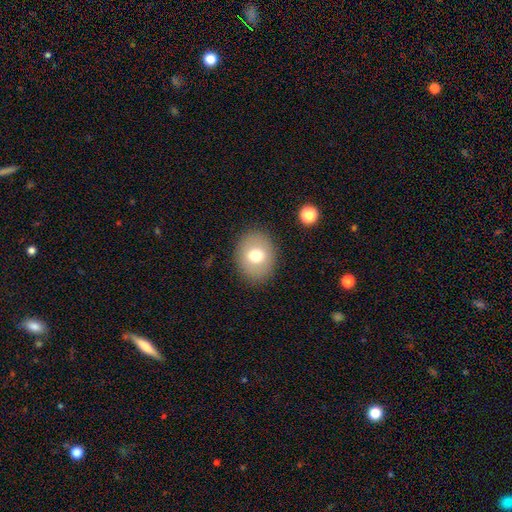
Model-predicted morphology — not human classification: This appears to be a smooth galaxy with no disk features (72%) that is in between round and cigar-shaped (50%). Merging: none (87%).